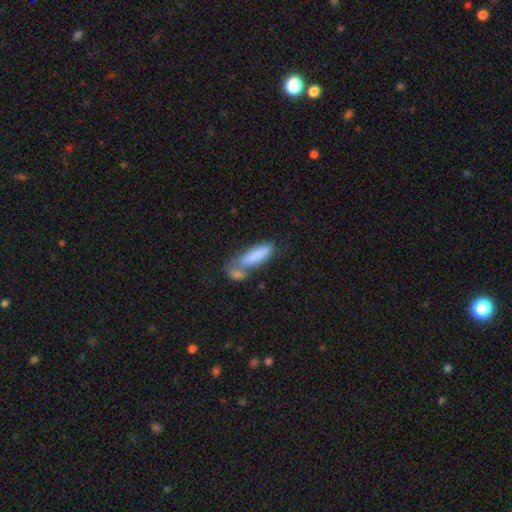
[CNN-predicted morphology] This appears to be a smooth galaxy with no disk features (81%) that is in between round and cigar-shaped (50%). Merging: merger (49%).